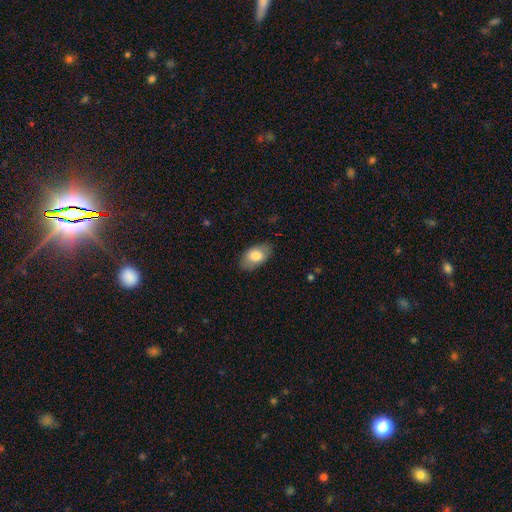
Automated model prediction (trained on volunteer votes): The model was most divided on "smooth or featured": smooth: 78%, featured or disk: 15%, star or artifact: 6%. More confident: how rounded — in between (93%); merging — none (82%).